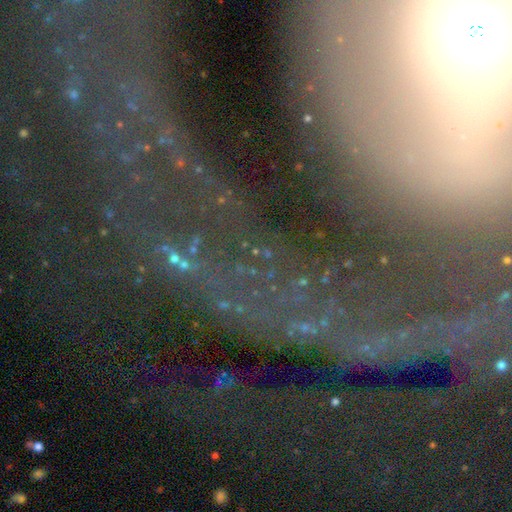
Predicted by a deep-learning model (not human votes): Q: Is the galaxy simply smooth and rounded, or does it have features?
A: star or artifact — 61%.